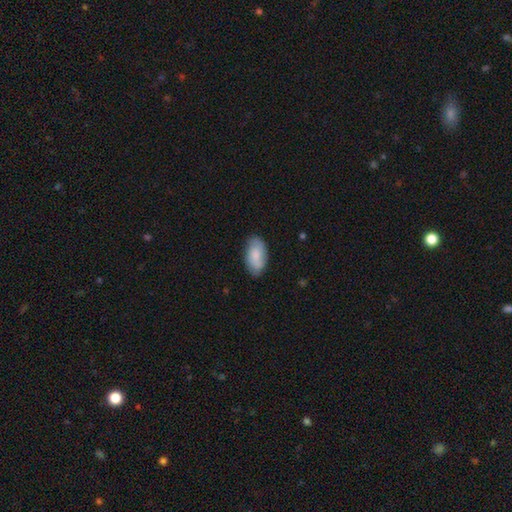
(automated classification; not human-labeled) A smooth galaxy with no disk features (75%) that is in between round and cigar-shaped (94%).

Vote fractions:
- Smooth or featured? smooth: 75% / featured or disk: 19% / star or artifact: 6%
- How rounded? in between: 94% / round: 3% / cigar-shaped: 2%
- Merging? none: 79% / minor disturbance: 17% / major disturbance: 3% / merger: 1%